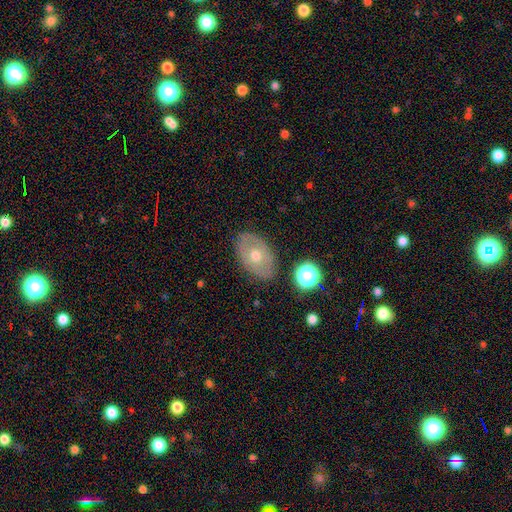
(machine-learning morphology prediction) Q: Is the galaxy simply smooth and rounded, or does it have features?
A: smooth — 48%.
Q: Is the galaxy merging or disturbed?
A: none — 82%.